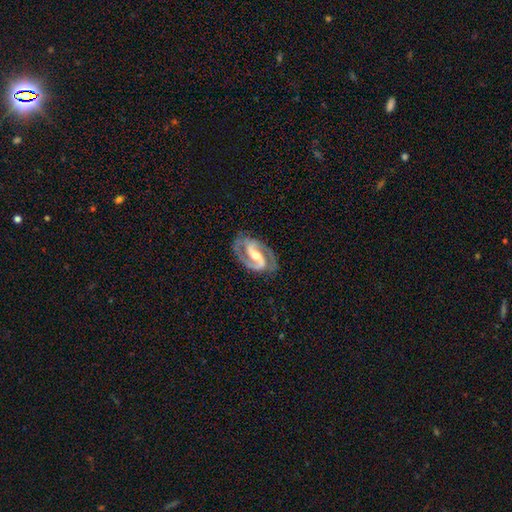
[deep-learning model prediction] Smooth or featured?
  - featured or disk: 92% *
  - smooth: 4%
  - star or artifact: 4%
Edge-on disk?
  - no: 97% *
  - yes: 3%
Bar?
  - strong: 48% *
  - weak: 36%
  - no: 16%
Spiral arms?
  - yes: 98% *
  - no: 2%
Spiral winding?
  - medium: 58% *
  - tight: 31%
  - loose: 11%
Spiral arm count?
  - 2: 94% *
  - can't tell: 2%
  - 1: 2%
  - 3: 1%
  - 4: 1%
  - more than 4: 1%
Bulge size?
  - moderate: 61% *
  - small: 29%
  - large: 7%
  - none: 3%
  - dominant: 1%
Merging?
  - none: 81% *
  - minor disturbance: 13%
  - major disturbance: 4%
  - merger: 1%